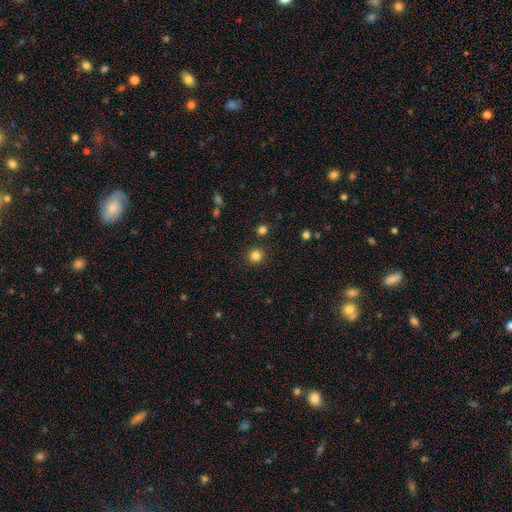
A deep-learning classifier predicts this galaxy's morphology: A smooth galaxy with no disk features (83%) that is round (94%). Merging: none (91%).